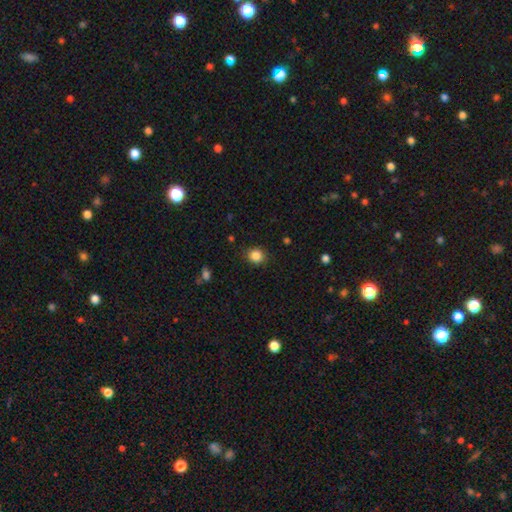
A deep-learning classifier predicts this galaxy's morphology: smooth_or_featured: smooth (p=0.86) [alt: star or artifact p=0.10]
how_rounded: round (p=0.77) [alt: in between p=0.23]
merging: none (p=0.86) [alt: minor disturbance p=0.10]